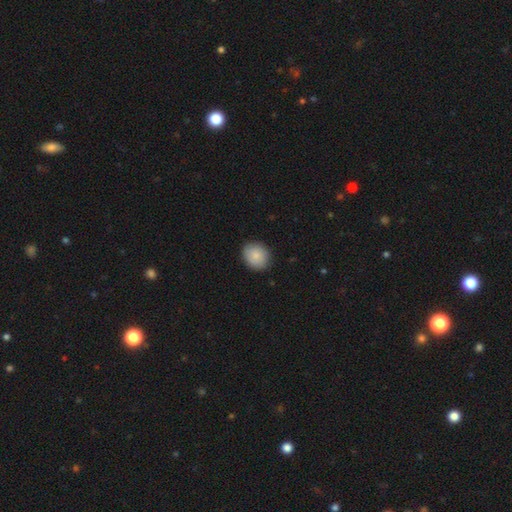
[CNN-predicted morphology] type=smooth (87%); roundness=round (73%); merging=none (89%).